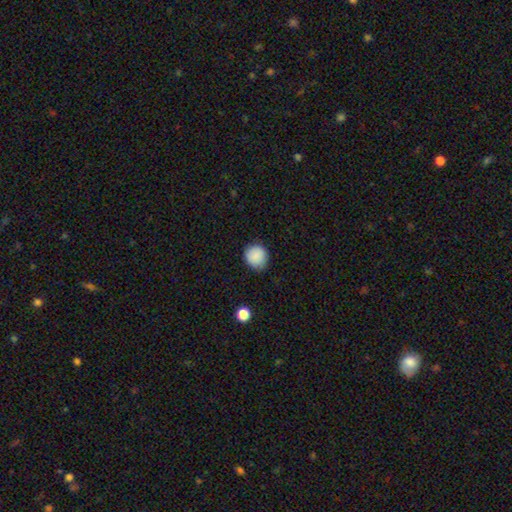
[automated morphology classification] Q: Smooth or featured?
A: smooth (88%); runner-up: star or artifact (8%)
Q: How rounded?
A: round (88%); runner-up: in between (11%)
Q: Merging?
A: none (83%); runner-up: minor disturbance (13%)